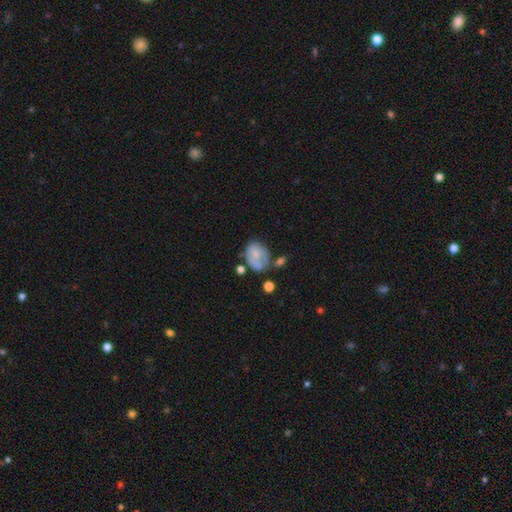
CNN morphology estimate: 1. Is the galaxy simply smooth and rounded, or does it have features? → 59% smooth, 33% featured or disk, 9% star or artifact.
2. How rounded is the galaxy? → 64% in between, 35% round, 1% cigar-shaped.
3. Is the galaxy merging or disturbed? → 35% none, 30% minor disturbance, 19% major disturbance, 16% merger.